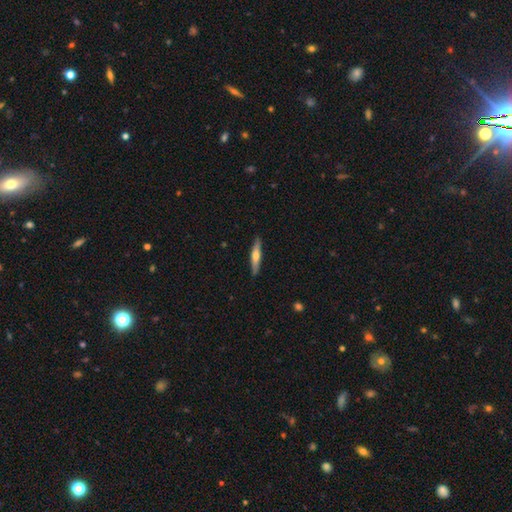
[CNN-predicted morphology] type=featured or disk (50%); edge-on=yes (94%); merging=none (90%).